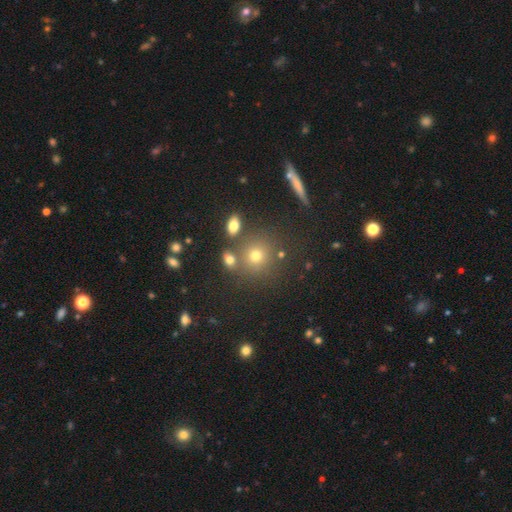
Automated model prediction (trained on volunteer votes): A smooth galaxy with no disk features (64%) that is round (87%).

Vote fractions:
- Smooth or featured? smooth: 64% / star or artifact: 23% / featured or disk: 13%
- How rounded? round: 87% / in between: 11% / cigar-shaped: 2%
- Merging? none: 75% / merger: 12% / minor disturbance: 9% / major disturbance: 4%